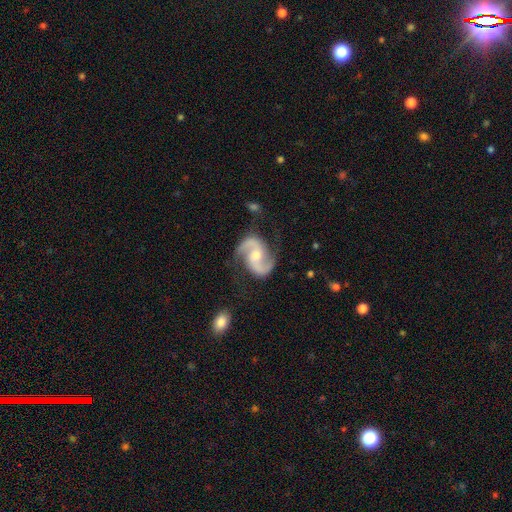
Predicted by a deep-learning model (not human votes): featured or disk 92%, smooth 4%, star or artifact 4%. Down the decision tree: edge-on disk — no (98%); bar — no (46%); spiral arms — yes (98%); spiral arm count — 2 (94%); spiral winding — medium (56%); bulge size — moderate (59%); merging — none (79%).